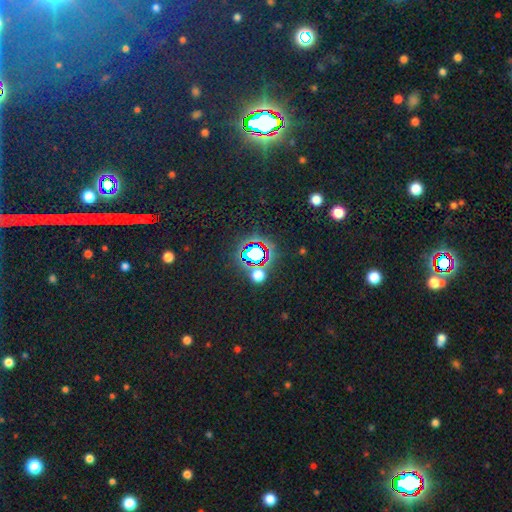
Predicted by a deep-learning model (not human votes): A star or artifact, not a galaxy (70%).

Vote fractions:
- Smooth or featured? star or artifact: 70% / smooth: 20% / featured or disk: 9%